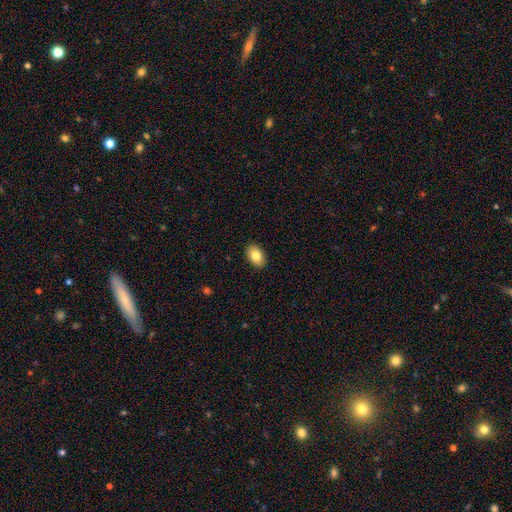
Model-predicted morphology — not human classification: Smooth or featured? Predicted: smooth (p=0.83). How rounded? Predicted: in between (p=0.89). Merging? Predicted: none (p=0.90).